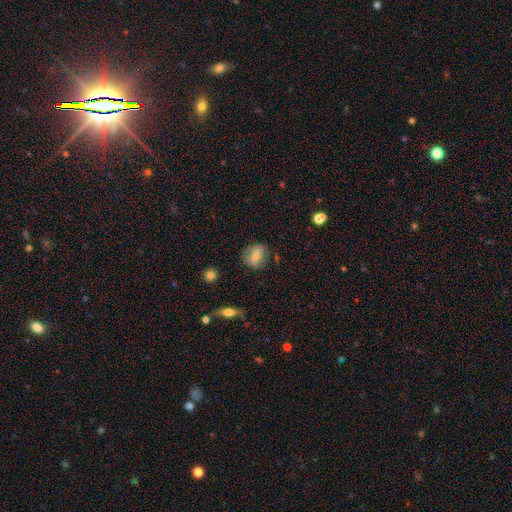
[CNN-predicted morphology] A smooth galaxy with no disk features (68%) that is round (54%).

Vote fractions:
- Smooth or featured? smooth: 68% / featured or disk: 23% / star or artifact: 9%
- How rounded? round: 54% / in between: 44% / cigar-shaped: 2%
- Merging? none: 77% / minor disturbance: 16% / major disturbance: 5% / merger: 2%